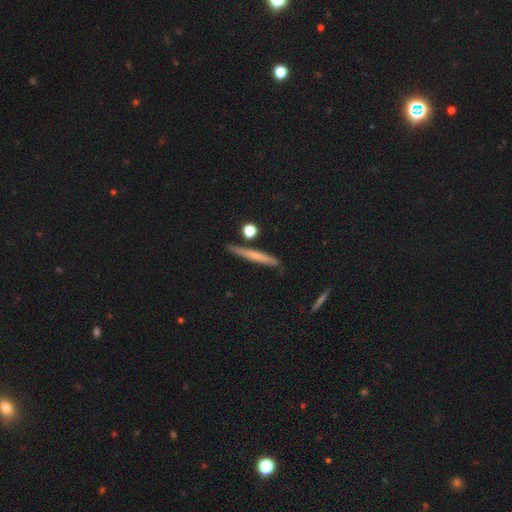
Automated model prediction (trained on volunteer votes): smooth-or-featured: smooth: 58% | featured or disk: 34% | star or artifact: 8%
  how-rounded: cigar-shaped: 93% | in between: 4% | round: 3%
  merging: none: 84% | minor disturbance: 10% | merger: 4% | major disturbance: 2%